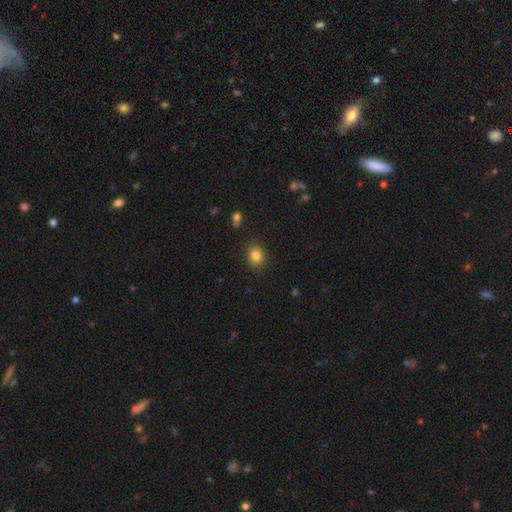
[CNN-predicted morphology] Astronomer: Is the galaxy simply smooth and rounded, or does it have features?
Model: smooth — 83%.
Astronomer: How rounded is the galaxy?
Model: round — 61% (runner-up: in between, 38%).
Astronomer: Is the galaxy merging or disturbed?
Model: none — 87%.